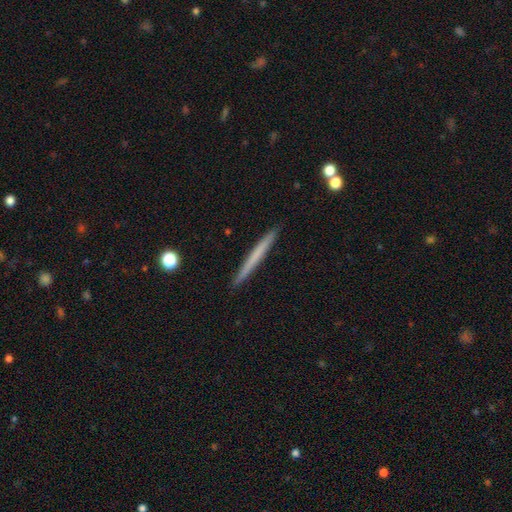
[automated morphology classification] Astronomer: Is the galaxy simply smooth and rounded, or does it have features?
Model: smooth — 59% (runner-up: featured or disk, 36%).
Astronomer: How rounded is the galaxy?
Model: cigar-shaped — 97%.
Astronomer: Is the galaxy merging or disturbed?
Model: none — 92%.